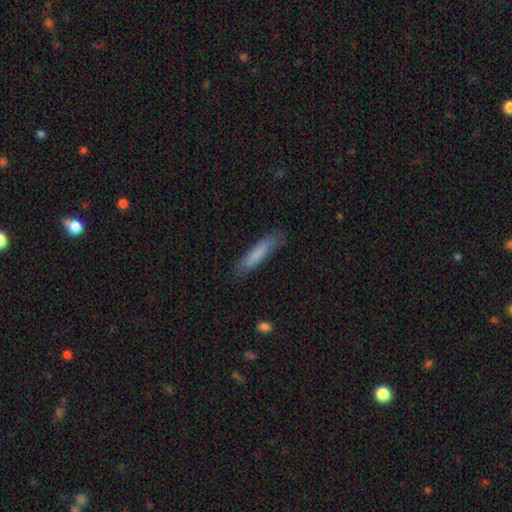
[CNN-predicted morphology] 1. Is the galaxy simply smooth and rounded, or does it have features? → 78% smooth, 16% featured or disk, 6% star or artifact.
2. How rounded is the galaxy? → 87% cigar-shaped, 12% in between, 1% round.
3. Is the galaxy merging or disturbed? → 81% none, 15% minor disturbance, 3% major disturbance, 1% merger.